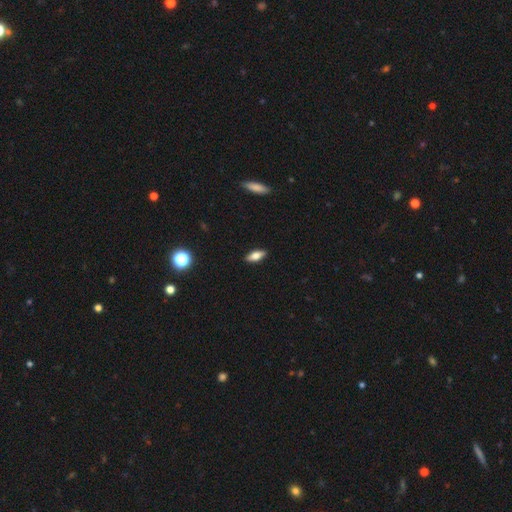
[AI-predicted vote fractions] smooth_or_featured: smooth (p=0.64) [alt: featured or disk p=0.28]
how_rounded: in between (p=0.71) [alt: cigar-shaped p=0.26]
merging: none (p=0.89) [alt: minor disturbance p=0.08]